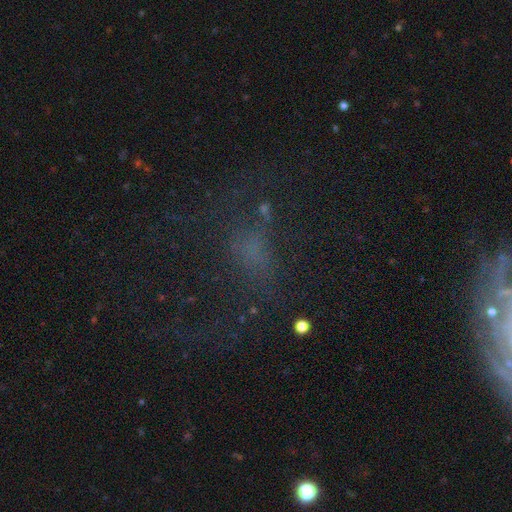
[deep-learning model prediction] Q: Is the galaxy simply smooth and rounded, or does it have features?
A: smooth — 41%.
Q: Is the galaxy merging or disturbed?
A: none — 41%.